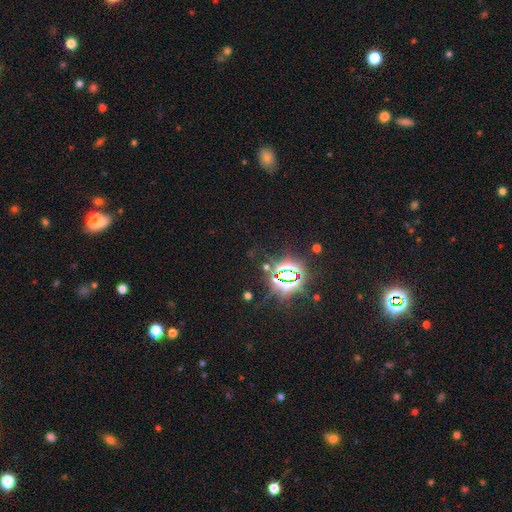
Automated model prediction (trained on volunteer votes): Smooth or featured: star or artifact — 80% (smooth — 13%)